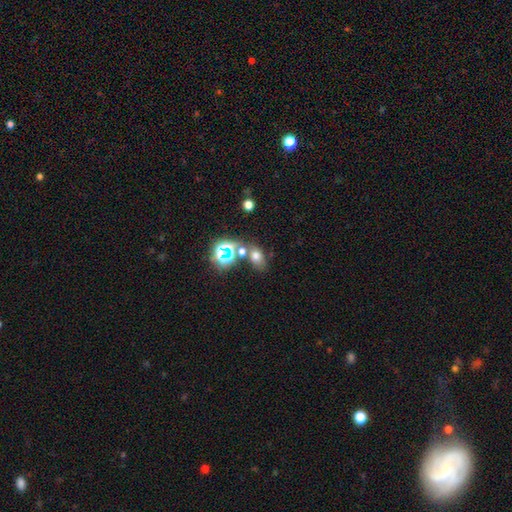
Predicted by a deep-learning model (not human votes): Smooth or featured? smooth (61%)
How rounded? in between (69%)
Merging? none (58%)